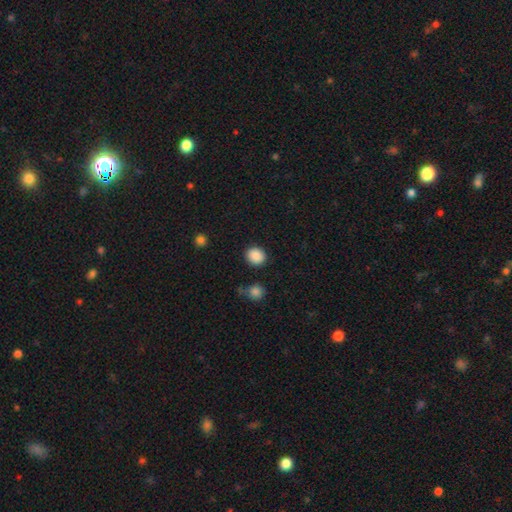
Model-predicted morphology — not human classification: The model was most divided on "how rounded": round: 72%, in between: 27%, cigar-shaped: 1%. More confident: smooth or featured — smooth (89%); merging — none (86%).